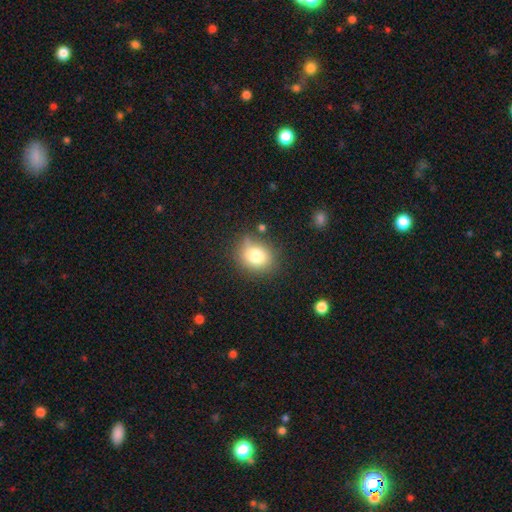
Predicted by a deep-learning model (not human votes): This appears to be a smooth galaxy with no disk features (79%) that is round (60%). Merging: none (72%).